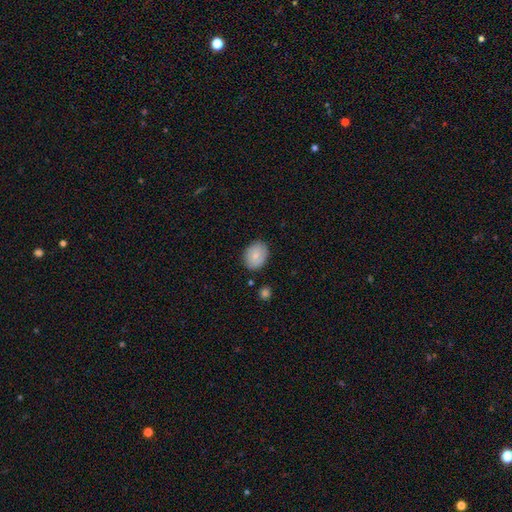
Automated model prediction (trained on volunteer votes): This appears to be a smooth galaxy with no disk features (77%) that is in between round and cigar-shaped (62%). Merging: none (83%).